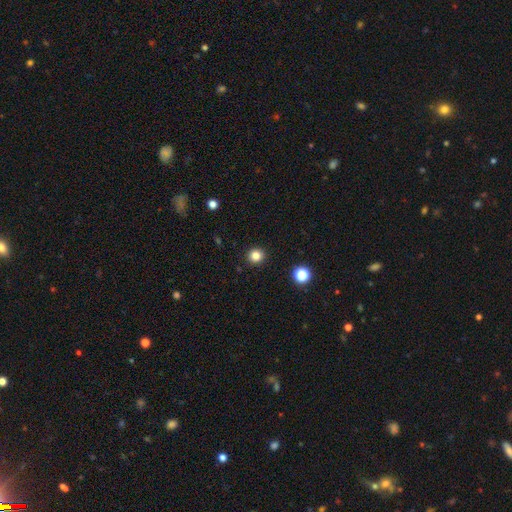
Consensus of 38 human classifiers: smooth-or-featured: smooth: 87% | star or artifact: 8% | featured or disk: 5%
  how-rounded: round: 94% | in between: 6% | cigar-shaped: 0%
  merging: none: 94% | major disturbance: 6% | minor disturbance: 0% | merger: 0%